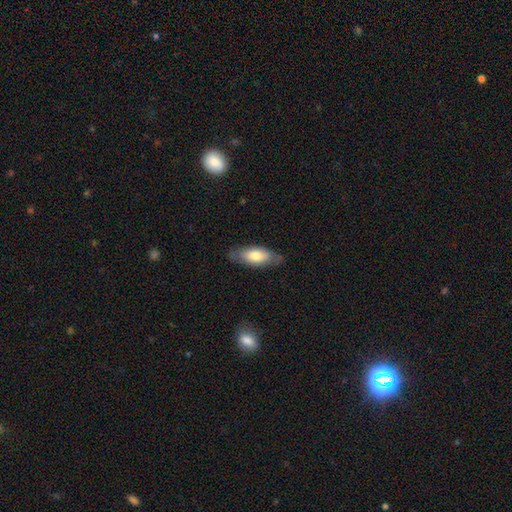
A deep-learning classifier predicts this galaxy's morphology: This appears to be a smooth galaxy with no disk features (69%) that is in between round and cigar-shaped (77%). Merging: none (79%).